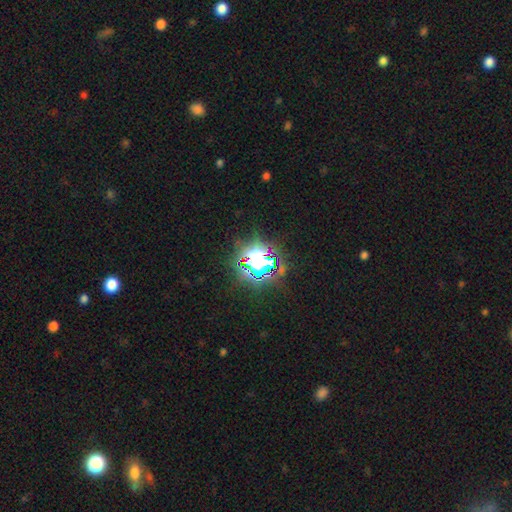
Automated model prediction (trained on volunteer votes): smooth-or-featured: star or artifact: 69% | smooth: 20% | featured or disk: 11%